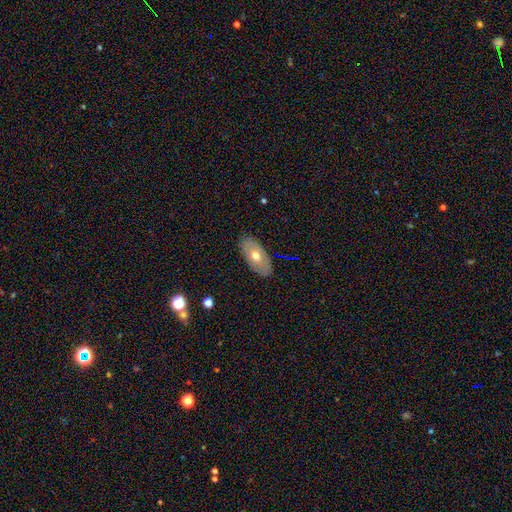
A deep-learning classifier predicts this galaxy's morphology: type=smooth (51%); roundness=in between (92%); merging=none (86%).